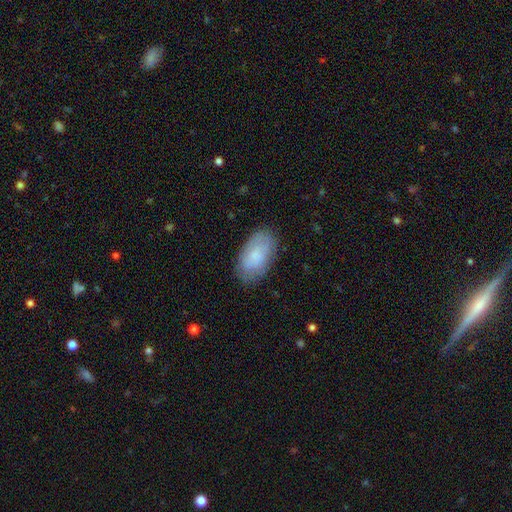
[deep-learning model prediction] smooth_or_featured: smooth (p=0.71) [alt: featured or disk p=0.22]
how_rounded: in between (p=0.94) [alt: round p=0.04]
merging: none (p=0.79) [alt: minor disturbance p=0.16]